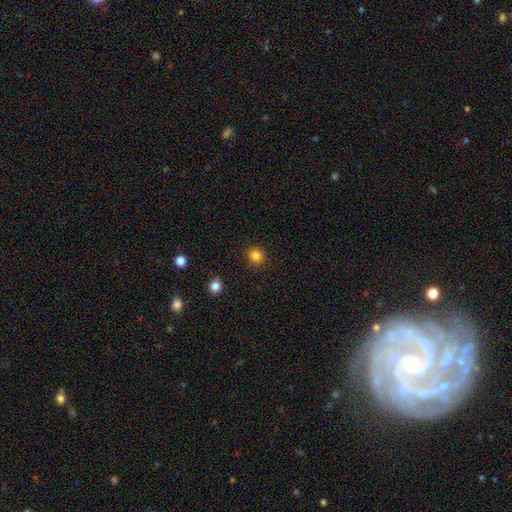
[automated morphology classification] The model was most divided on "smooth or featured": smooth: 84%, star or artifact: 12%, featured or disk: 4%. More confident: how rounded — round (92%); merging — none (91%).